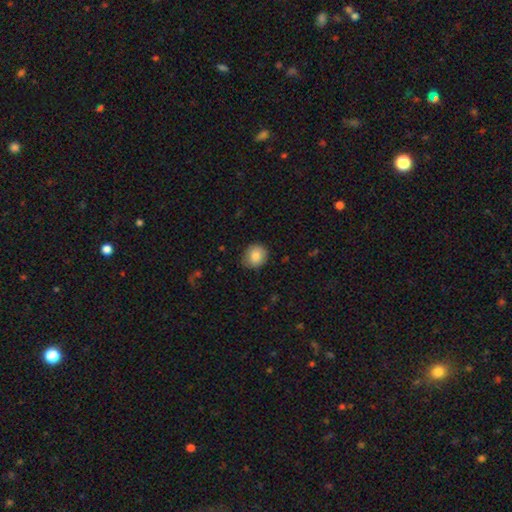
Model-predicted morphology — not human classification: Smooth or featured?
  - smooth: 83% *
  - featured or disk: 9%
  - star or artifact: 8%
How rounded?
  - round: 82% *
  - in between: 17%
  - cigar-shaped: 1%
Merging?
  - none: 81% *
  - minor disturbance: 15%
  - major disturbance: 3%
  - merger: 1%